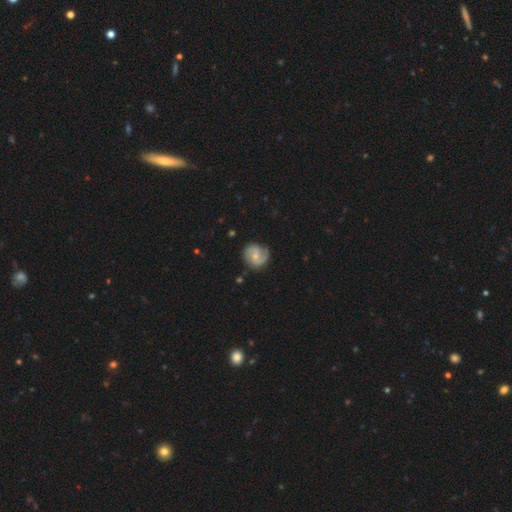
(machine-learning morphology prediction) A featured or disk galaxy (70%) with no bar (54%), 2 (80%) medium (46%) spiral arms (93%) and a small central bulge (55%). Merging: none (78%).